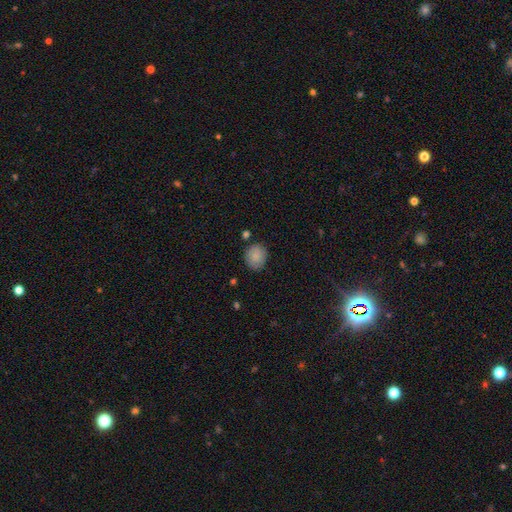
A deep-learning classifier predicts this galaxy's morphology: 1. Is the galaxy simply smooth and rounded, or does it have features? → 86% smooth, 8% star or artifact, 7% featured or disk.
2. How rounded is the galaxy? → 69% round, 30% in between, 1% cigar-shaped.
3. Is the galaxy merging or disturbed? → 78% none, 16% minor disturbance, 3% merger, 3% major disturbance.